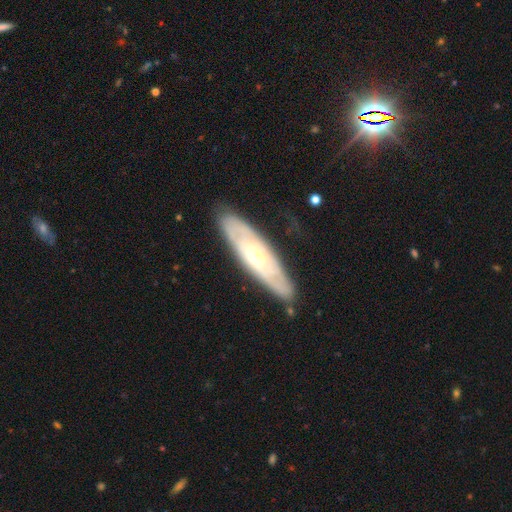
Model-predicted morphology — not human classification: A featured or disk galaxy (67%).

Vote fractions:
- Smooth or featured? featured or disk: 67% / smooth: 27% / star or artifact: 6%
- Edge-on disk? no: 63% / yes: 37%
- Merging? none: 84% / minor disturbance: 12% / major disturbance: 3% / merger: 1%